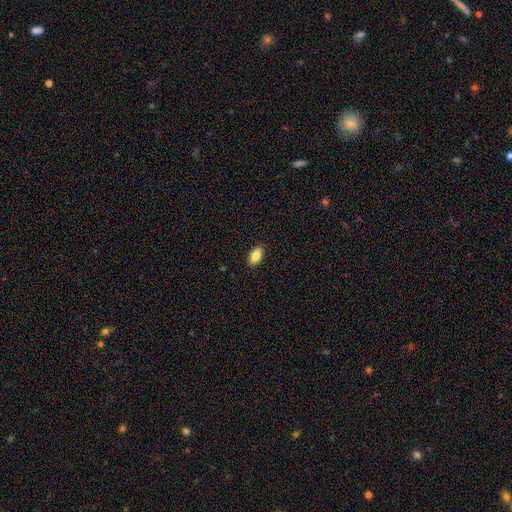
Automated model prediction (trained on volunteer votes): A smooth galaxy with no disk features (84%) that is in between round and cigar-shaped (92%). Merging: none (89%).